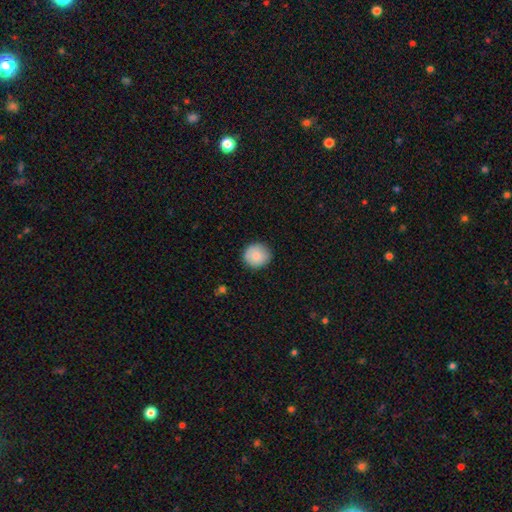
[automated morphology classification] type=smooth (84%); roundness=round (91%); merging=none (87%).